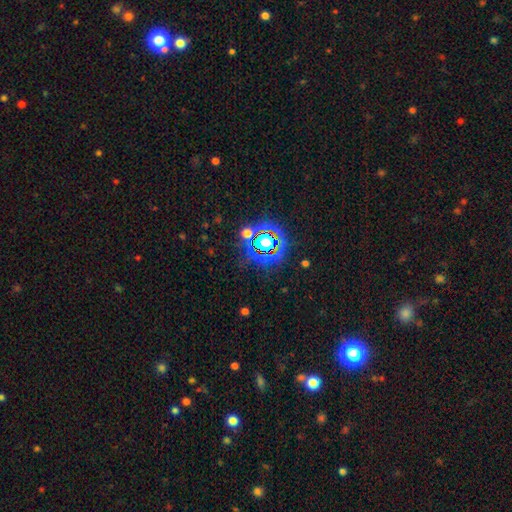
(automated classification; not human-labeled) A star or artifact, not a galaxy (80%).